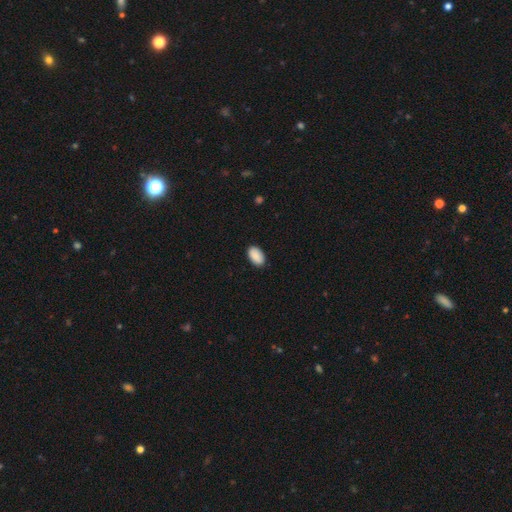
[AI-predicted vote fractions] Q: Smooth or featured?
A: smooth (90%); runner-up: star or artifact (6%)
Q: How rounded?
A: in between (93%); runner-up: round (6%)
Q: Merging?
A: none (87%); runner-up: minor disturbance (10%)